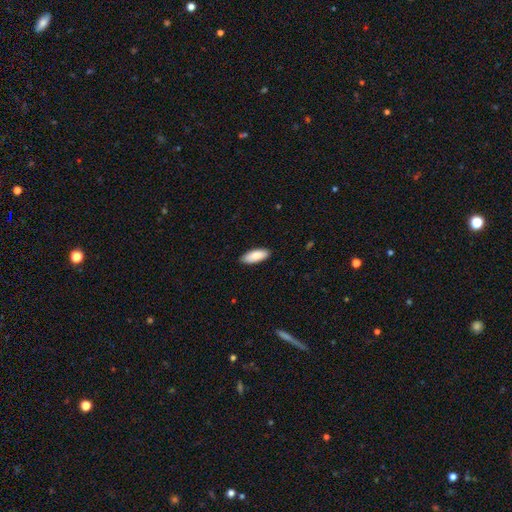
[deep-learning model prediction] smooth-or-featured: smooth: 88% | featured or disk: 7% | star or artifact: 5%
  how-rounded: in between: 79% | cigar-shaped: 19% | round: 2%
  merging: none: 90% | minor disturbance: 8% | major disturbance: 2% | merger: 1%